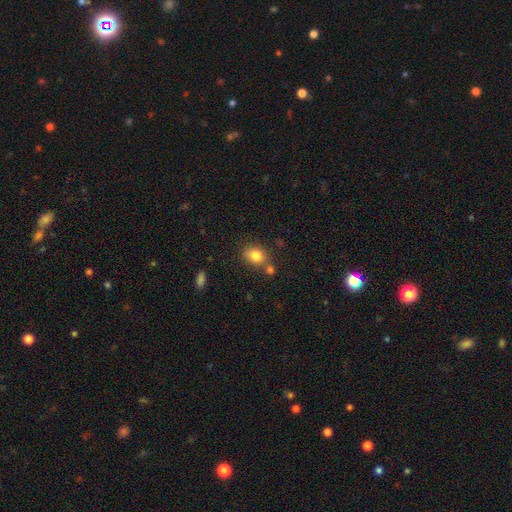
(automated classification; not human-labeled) Q: Smooth or featured?
A: smooth (83%); runner-up: star or artifact (9%)
Q: How rounded?
A: in between (56%); runner-up: round (43%)
Q: Merging?
A: none (64%); runner-up: merger (19%)